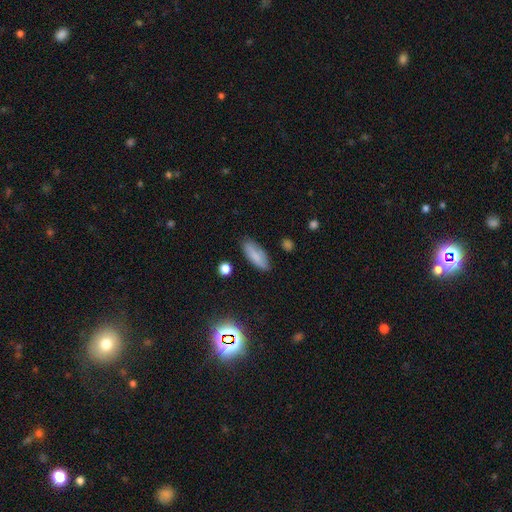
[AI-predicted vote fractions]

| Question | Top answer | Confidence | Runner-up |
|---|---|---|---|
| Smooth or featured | smooth | 81% | featured or disk (11%) |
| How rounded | in between | 71% | cigar-shaped (27%) |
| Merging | none | 80% | minor disturbance (15%) |